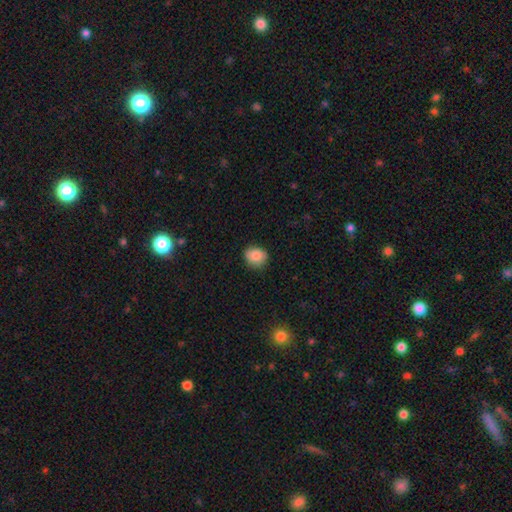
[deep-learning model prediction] Overall: smooth (87%). How rounded: round (63%; in between 36%). Merging: none (83%).